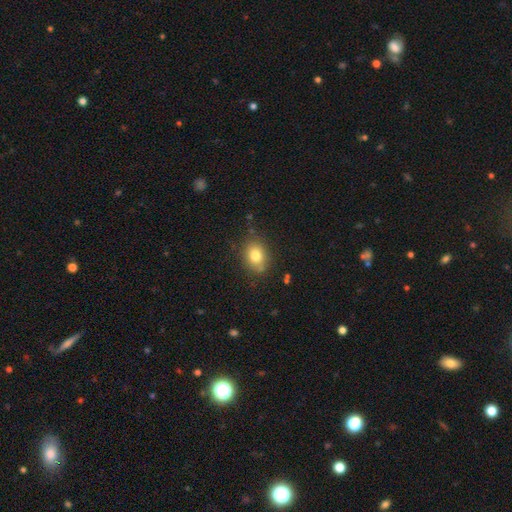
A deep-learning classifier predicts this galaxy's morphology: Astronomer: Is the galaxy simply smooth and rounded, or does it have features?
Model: smooth — 79%.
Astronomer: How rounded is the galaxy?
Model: in between — 54% (runner-up: round, 45%).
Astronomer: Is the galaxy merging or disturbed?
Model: none — 79%.